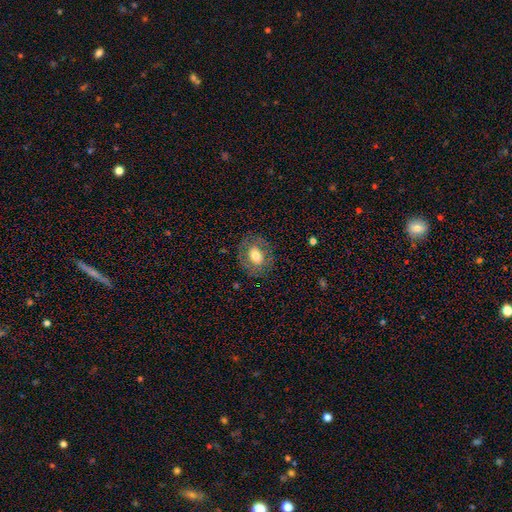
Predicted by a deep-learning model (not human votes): Smooth or featured? Predicted: smooth (p=0.61). How rounded? Predicted: in between (p=0.52). Merging? Predicted: none (p=0.77).